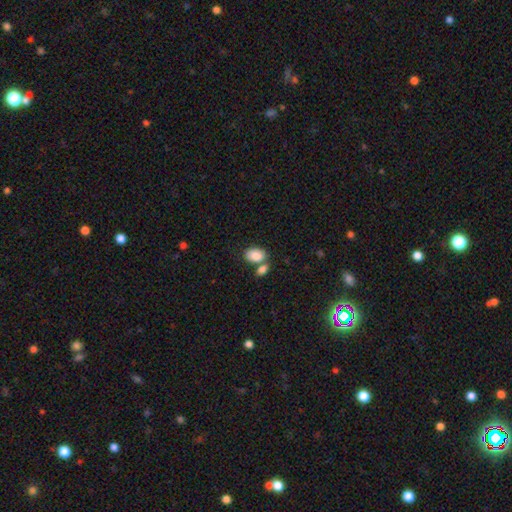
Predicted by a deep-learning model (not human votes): Smooth or featured? Predicted: smooth (p=0.86). How rounded? Predicted: in between (p=0.87). Merging? Predicted: none (p=0.47).